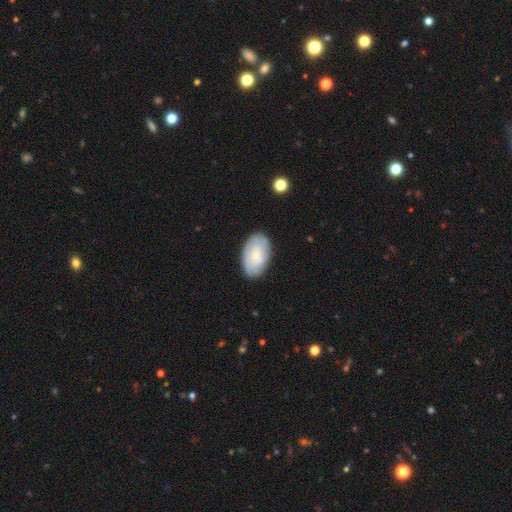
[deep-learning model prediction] Smooth or featured? smooth (57%)
How rounded? in between (92%)
Merging? none (81%)